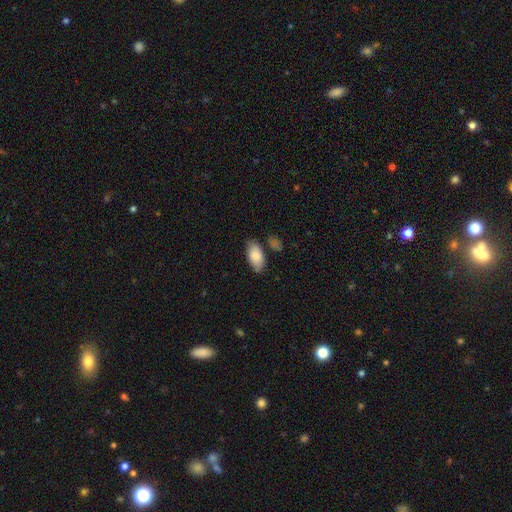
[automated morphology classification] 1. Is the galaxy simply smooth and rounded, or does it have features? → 84% smooth, 10% featured or disk, 6% star or artifact.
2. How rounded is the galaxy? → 93% in between, 4% cigar-shaped, 3% round.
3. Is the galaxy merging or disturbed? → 74% none, 17% minor disturbance, 5% merger, 4% major disturbance.